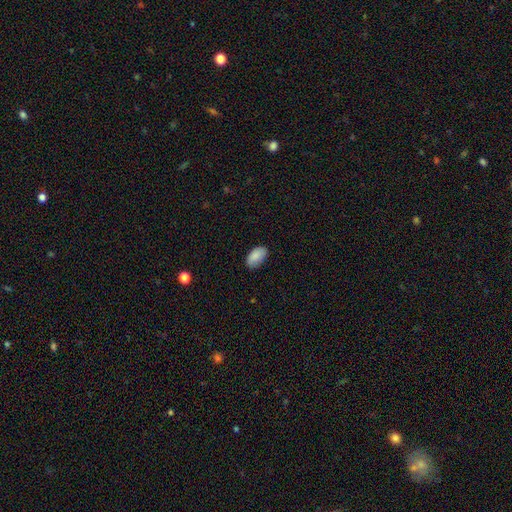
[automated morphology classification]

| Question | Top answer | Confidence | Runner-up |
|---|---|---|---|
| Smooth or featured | smooth | 88% | star or artifact (7%) |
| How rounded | in between | 95% | round (4%) |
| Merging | none | 83% | minor disturbance (13%) |